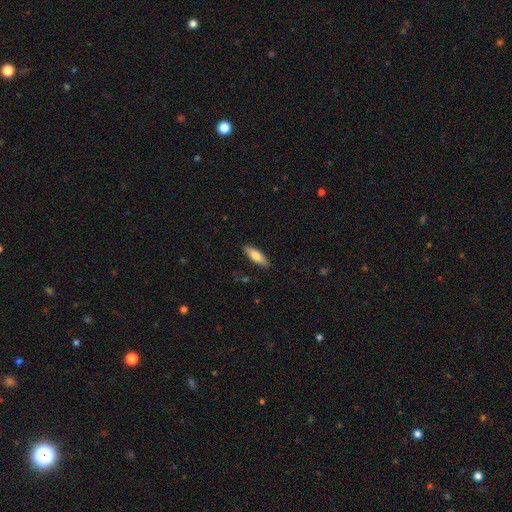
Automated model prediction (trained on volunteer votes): The model was most divided on "how rounded": cigar-shaped: 50%, in between: 48%, round: 2%. More confident: merging — none (87%); smooth or featured — smooth (77%).